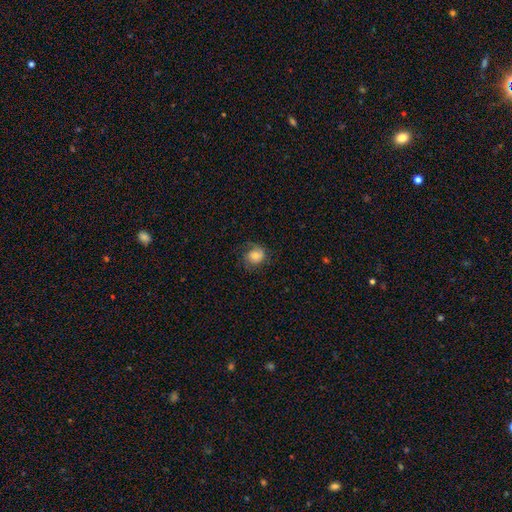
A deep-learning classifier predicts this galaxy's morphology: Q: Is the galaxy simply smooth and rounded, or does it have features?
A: smooth — 60%.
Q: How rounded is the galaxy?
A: round — 66%.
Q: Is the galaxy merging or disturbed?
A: none — 61%.